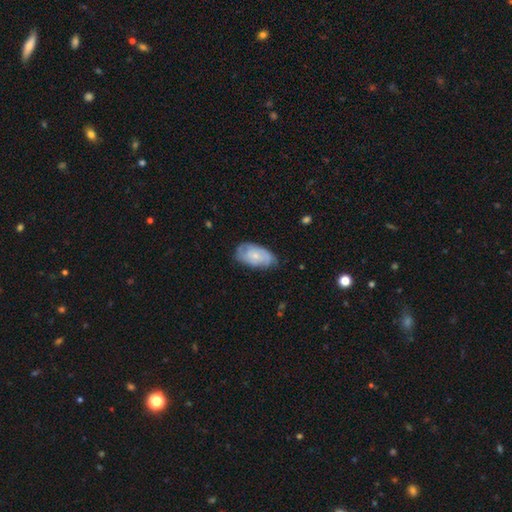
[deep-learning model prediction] This is possibly a featured or disk galaxy (59%). It is clearly not viewed edge-on (95%). Bar: likely no (79%). Spiral arm pattern: clearly yes (81%). Central bulge: likely small (68%). Merging: likely none (67%).